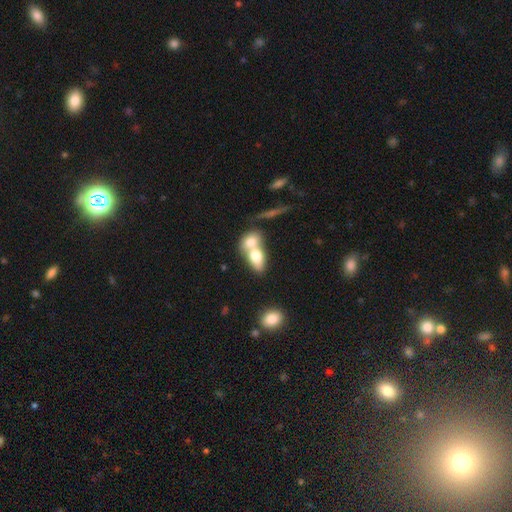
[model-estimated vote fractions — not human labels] A smooth galaxy with no disk features (71%) that is in between round and cigar-shaped (78%). Merging: merger (74%).